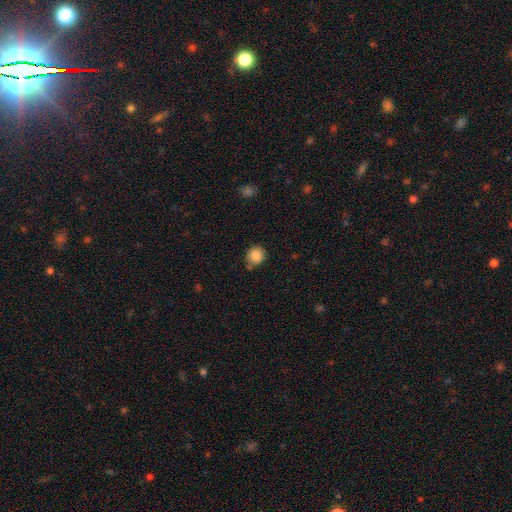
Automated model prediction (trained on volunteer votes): smooth 86%, star or artifact 9%, featured or disk 4%. Down the decision tree: how rounded — round (84%); merging — none (72%).